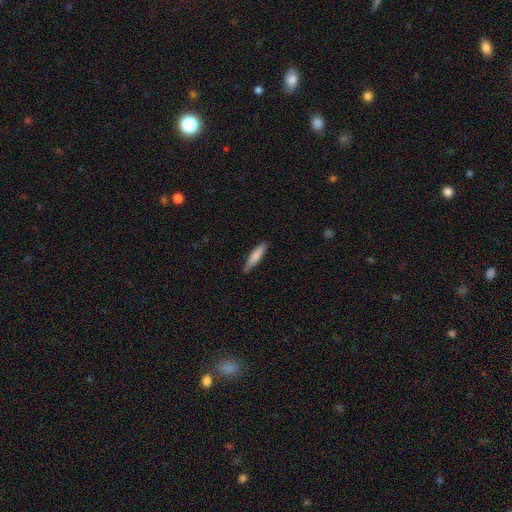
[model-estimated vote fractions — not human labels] This appears to be a smooth galaxy with no disk features (80%) that is cigar-shaped (83%). Merging: none (83%).